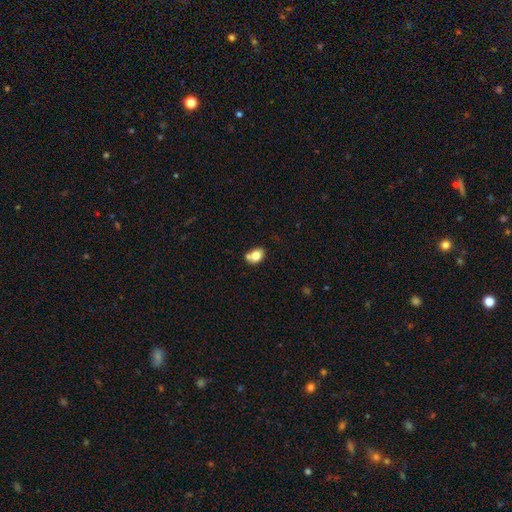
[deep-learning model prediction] This appears to be a smooth galaxy with no disk features (78%) that is in between round and cigar-shaped (61%). Merging: none (52%).